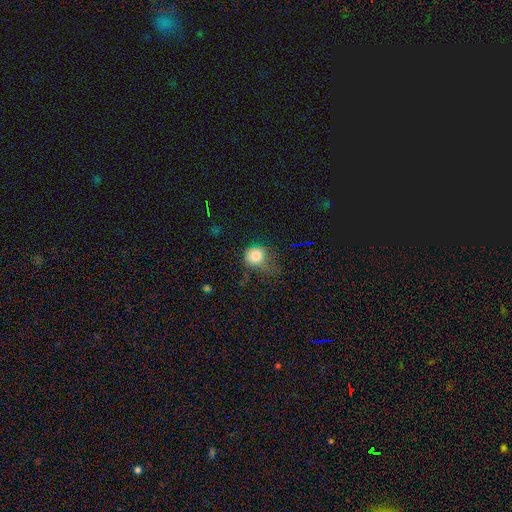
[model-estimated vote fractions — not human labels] Q: Smooth or featured?
A: smooth (80%); runner-up: star or artifact (11%)
Q: How rounded?
A: round (75%); runner-up: in between (23%)
Q: Merging?
A: minor disturbance (33%); runner-up: none (32%)